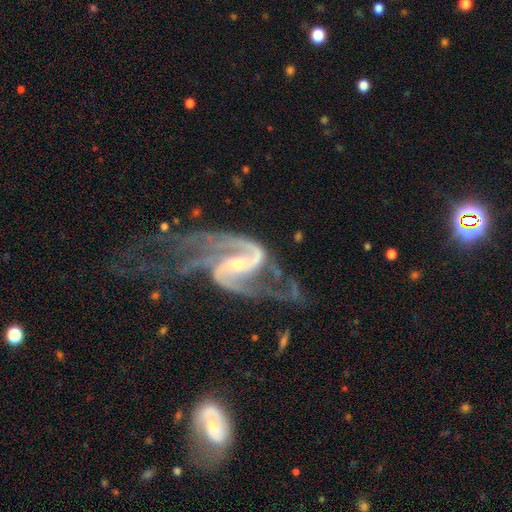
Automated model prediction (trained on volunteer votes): The model was most divided on "spiral winding": loose: 47%, medium: 42%, tight: 11%. Remaining: edge-on disk — no (98%); spiral arms — yes (98%); smooth or featured — featured or disk (92%); spiral arm count — 2 (89%); bulge size — small (58%); bar — weak (42%); merging — none (37%).